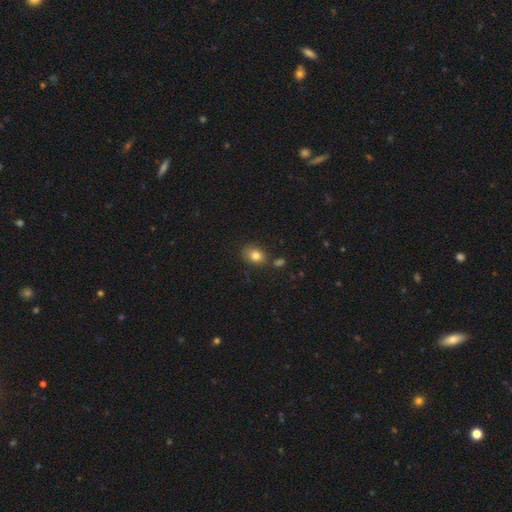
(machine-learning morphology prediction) Smooth or featured? smooth (81%)
How rounded? in between (67%)
Merging? none (73%)